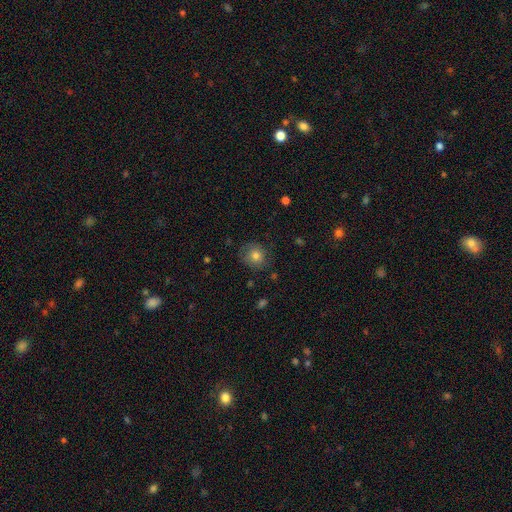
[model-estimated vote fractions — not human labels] Q: Smooth or featured?
A: smooth (74%); runner-up: featured or disk (15%)
Q: How rounded?
A: round (83%); runner-up: in between (16%)
Q: Merging?
A: none (77%); runner-up: minor disturbance (17%)